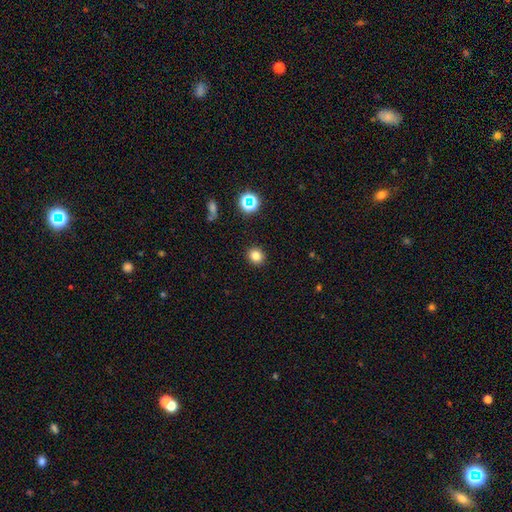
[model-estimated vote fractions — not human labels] smooth_or_featured: smooth (p=0.80) [alt: star or artifact p=0.14]
how_rounded: round (p=0.82) [alt: in between p=0.17]
merging: none (p=0.91) [alt: minor disturbance p=0.06]